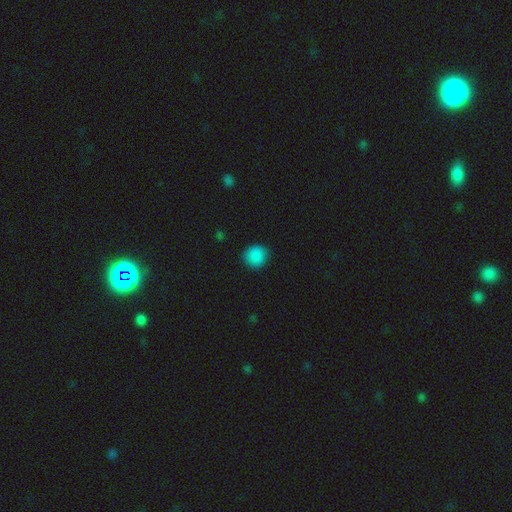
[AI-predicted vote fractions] Morphology: type=smooth (87%); roundness=round (88%); merging=none (87%).